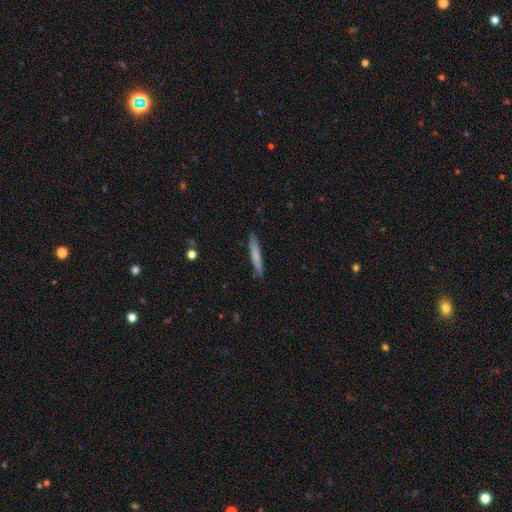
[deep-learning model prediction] smooth 73%, featured or disk 21%, star or artifact 6%. Down the decision tree: how rounded — cigar-shaped (94%); merging — none (88%).